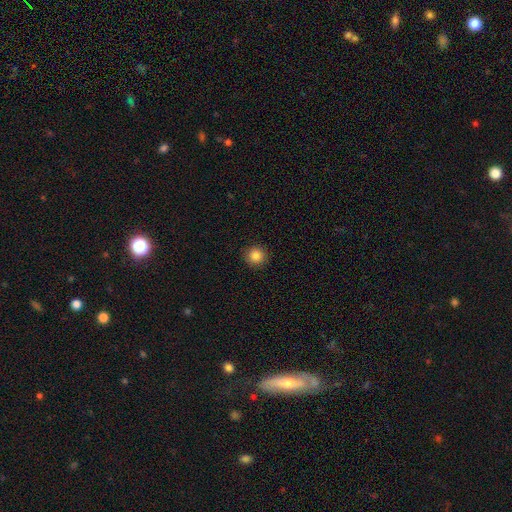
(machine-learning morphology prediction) smooth 86%, star or artifact 10%, featured or disk 4%. Down the decision tree: how rounded — round (94%); merging — none (91%).